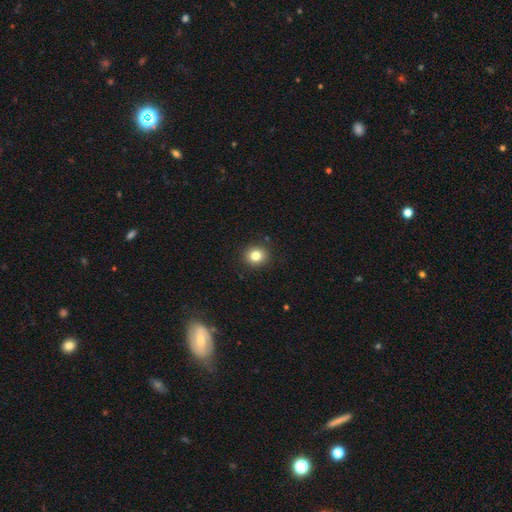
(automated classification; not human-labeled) The model was most divided on "how rounded": round: 84%, in between: 16%, cigar-shaped: 1%. More confident: merging — none (91%); smooth or featured — smooth (81%).